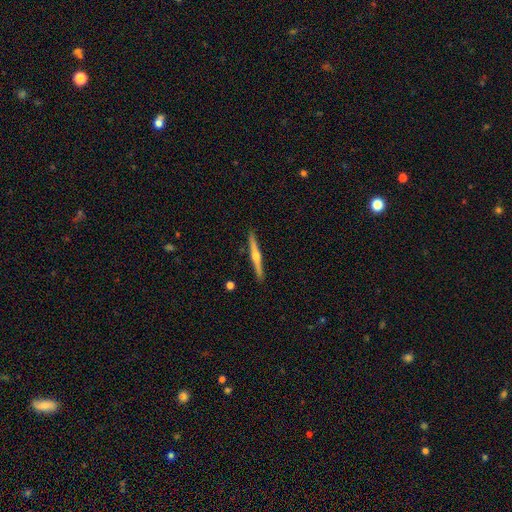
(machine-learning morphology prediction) Smooth or featured? Predicted: featured or disk (p=0.70). Edge-on disk? Predicted: yes (p=0.98). Edge-on bulge? Predicted: rounded (p=0.90). Merging? Predicted: none (p=0.91).